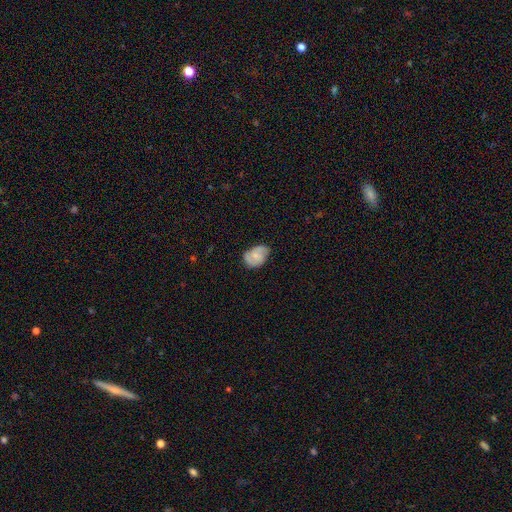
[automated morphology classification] Overall: smooth (50%; featured or disk 43%). Merging: none (62%; minor disturbance 30%).